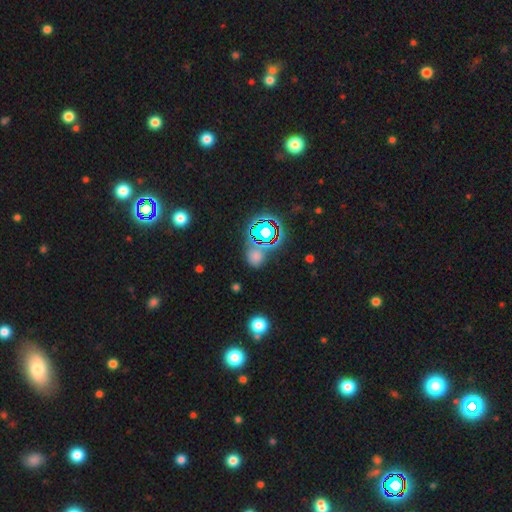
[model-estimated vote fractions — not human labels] This appears to be a smooth galaxy with no disk features (48%). Merging: none (70%).